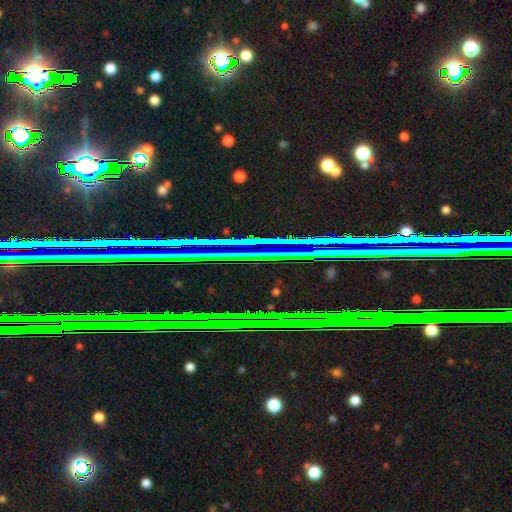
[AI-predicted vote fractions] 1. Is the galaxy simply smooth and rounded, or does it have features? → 76% star or artifact, 13% featured or disk, 11% smooth.